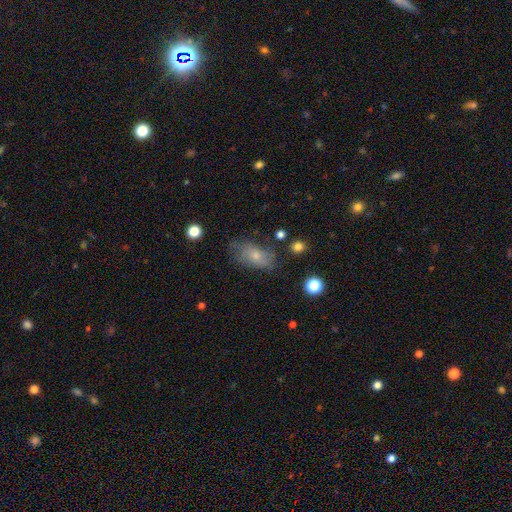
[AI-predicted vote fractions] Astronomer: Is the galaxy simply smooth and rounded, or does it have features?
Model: smooth — 64%.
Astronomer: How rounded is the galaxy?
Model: in between — 88%.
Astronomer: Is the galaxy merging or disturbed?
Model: none — 57%.